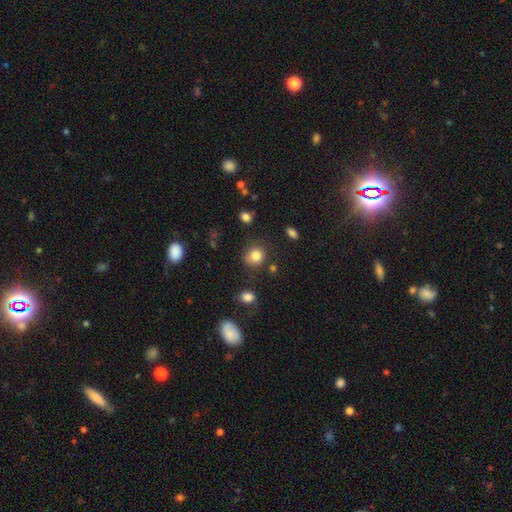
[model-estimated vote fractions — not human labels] The model was most divided on "how rounded": round: 73%, in between: 26%, cigar-shaped: 1%. More confident: smooth or featured — smooth (82%); merging — none (74%).